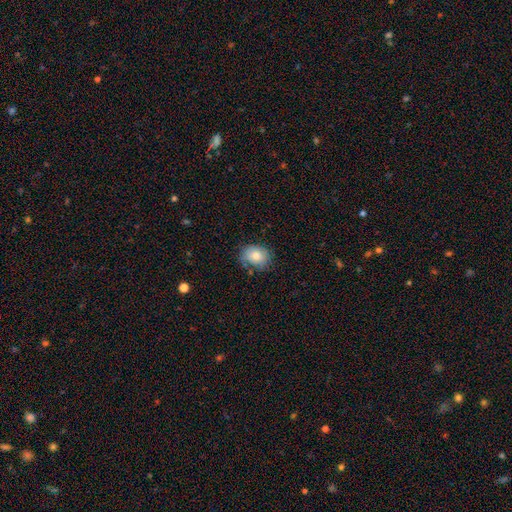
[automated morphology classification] Smooth or featured? smooth (76%)
How rounded? in between (50%)
Merging? none (68%)